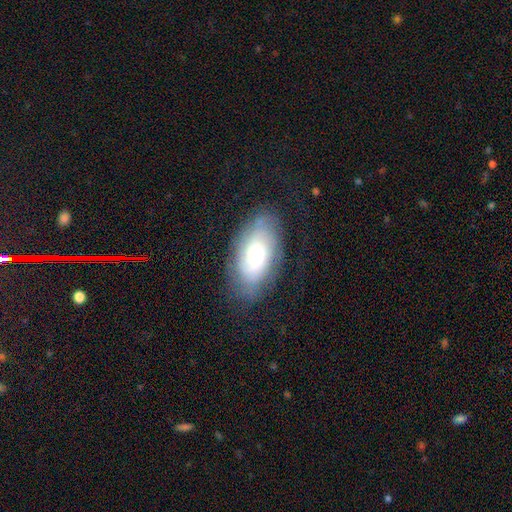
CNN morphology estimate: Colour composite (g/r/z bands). It shows a featured or disk galaxy (47%). Merging: none (72%).